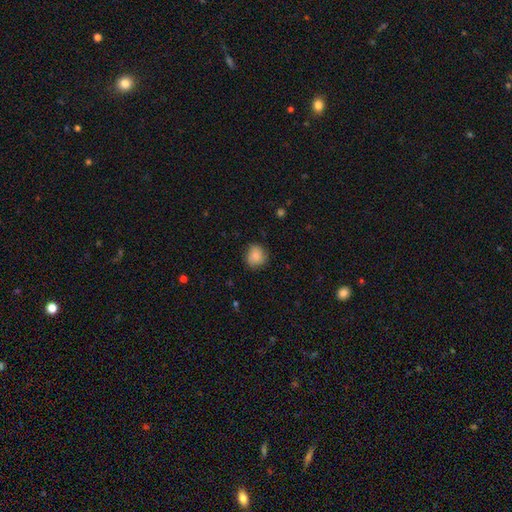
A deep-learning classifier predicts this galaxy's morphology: Smooth or featured?
  - smooth: 78% *
  - featured or disk: 13%
  - star or artifact: 9%
How rounded?
  - round: 85% *
  - in between: 14%
  - cigar-shaped: 1%
Merging?
  - none: 79% *
  - minor disturbance: 17%
  - major disturbance: 3%
  - merger: 1%